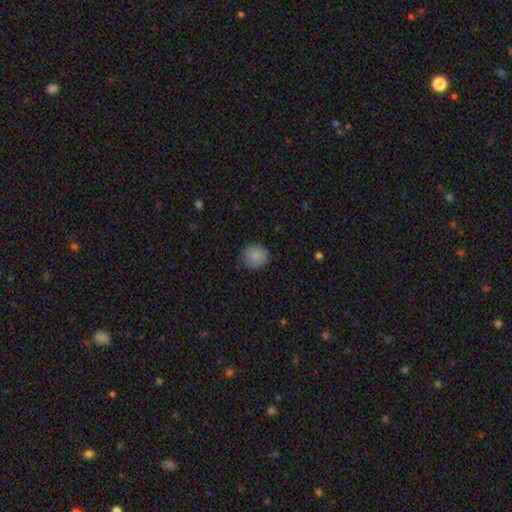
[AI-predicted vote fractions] Q: Smooth or featured?
A: smooth (86%); runner-up: star or artifact (8%)
Q: How rounded?
A: round (87%); runner-up: in between (12%)
Q: Merging?
A: none (84%); runner-up: minor disturbance (12%)